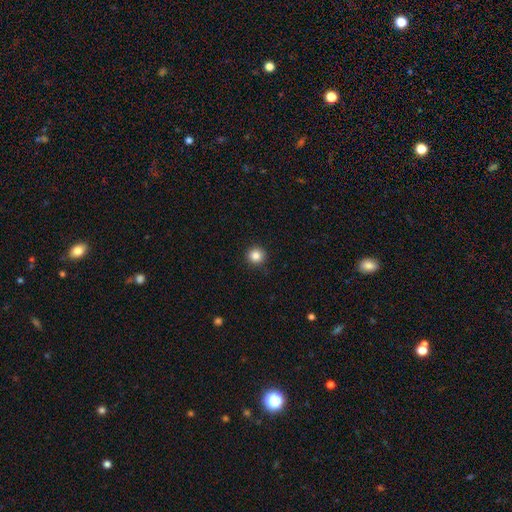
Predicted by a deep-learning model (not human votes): smooth_or_featured: smooth (p=0.86) [alt: star or artifact p=0.11]
how_rounded: round (p=0.95) [alt: in between p=0.04]
merging: none (p=0.91) [alt: minor disturbance p=0.06]